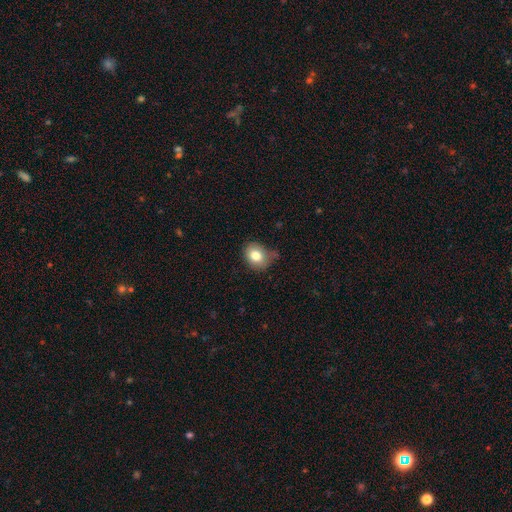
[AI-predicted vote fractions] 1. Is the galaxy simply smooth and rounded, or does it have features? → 80% smooth, 10% featured or disk, 10% star or artifact.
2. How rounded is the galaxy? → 53% round, 46% in between, 1% cigar-shaped.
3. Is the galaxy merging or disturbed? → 56% none, 32% minor disturbance, 8% major disturbance, 3% merger.